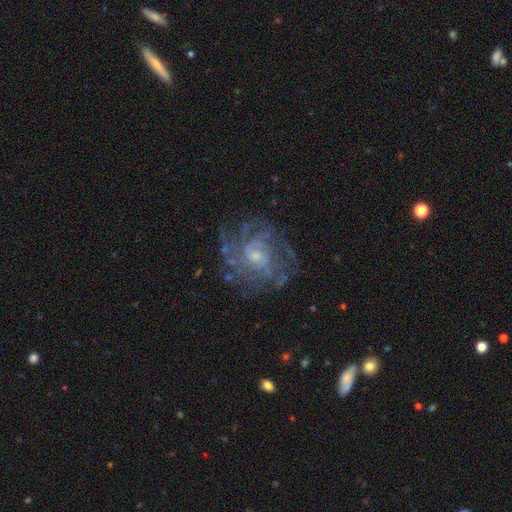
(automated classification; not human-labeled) Smooth or featured? featured or disk (83%)
Edge-on disk? no (97%)
Bar? no (58%)
Spiral arms? yes (89%)
Spiral winding? tight (51%)
Spiral arm count? can't tell (41%)
Bulge size? small (57%)
Merging? none (71%)